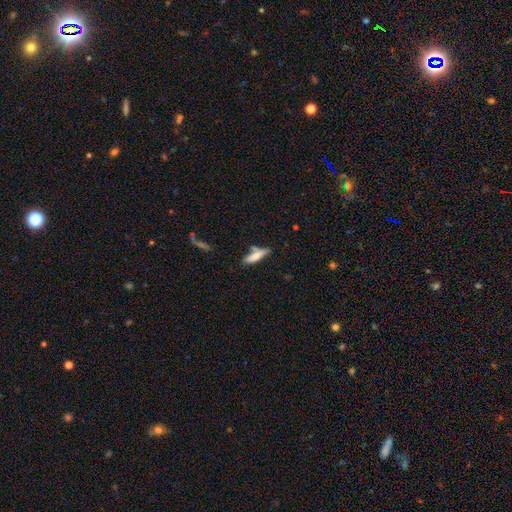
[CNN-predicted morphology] Smooth or featured?
  - smooth: 73% *
  - featured or disk: 20%
  - star or artifact: 7%
How rounded?
  - cigar-shaped: 62% *
  - in between: 36%
  - round: 2%
Merging?
  - none: 59% *
  - minor disturbance: 21%
  - merger: 14%
  - major disturbance: 6%